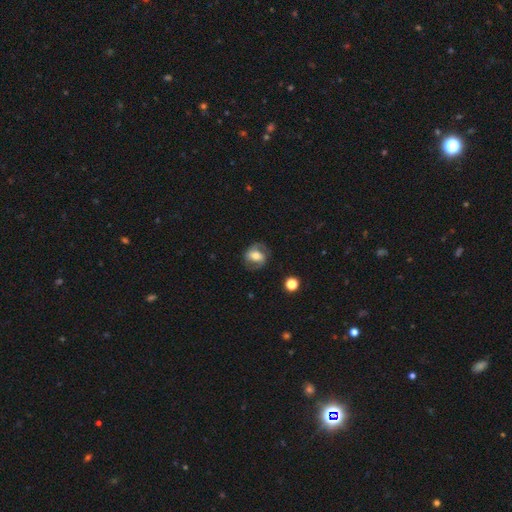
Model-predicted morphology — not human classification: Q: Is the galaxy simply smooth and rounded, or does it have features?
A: featured or disk — 59%.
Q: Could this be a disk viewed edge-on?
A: no — 96%.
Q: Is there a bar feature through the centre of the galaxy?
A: weak — 37%.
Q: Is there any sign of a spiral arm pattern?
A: yes — 81%.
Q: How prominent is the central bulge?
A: moderate — 55%.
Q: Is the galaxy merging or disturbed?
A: none — 74%.